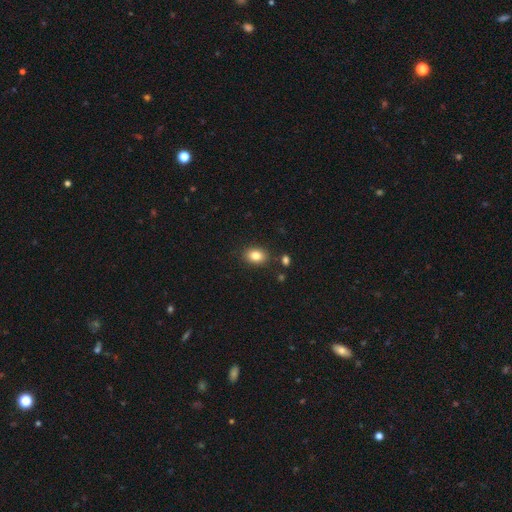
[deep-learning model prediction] Overall: smooth (84%). How rounded: in between (71%). Merging: none (85%).